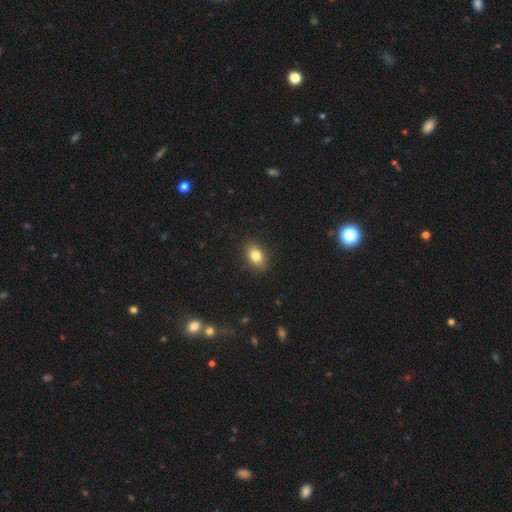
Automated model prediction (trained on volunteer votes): Q: Smooth or featured?
A: smooth (82%); runner-up: star or artifact (9%)
Q: How rounded?
A: in between (84%); runner-up: round (14%)
Q: Merging?
A: none (87%); runner-up: minor disturbance (9%)